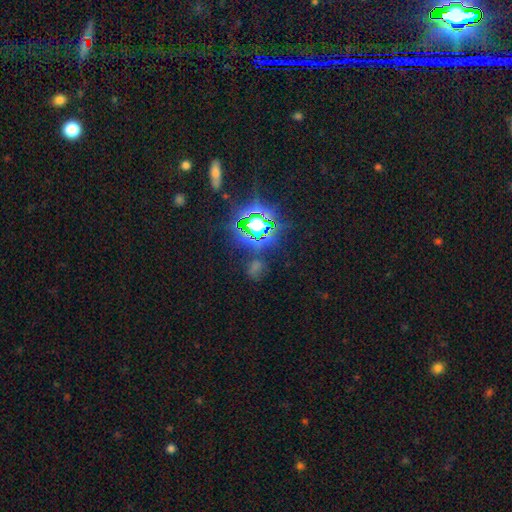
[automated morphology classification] Smooth or featured? star or artifact (82%)